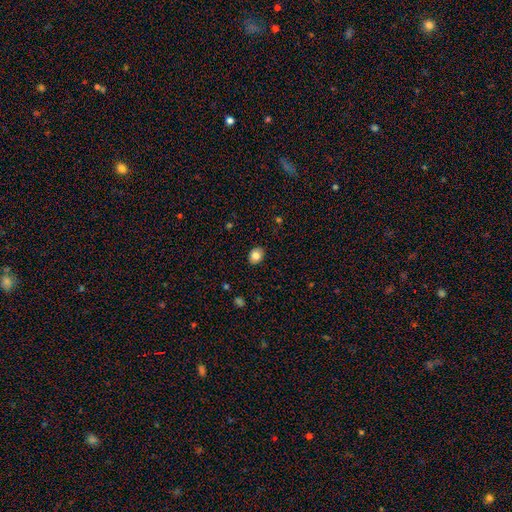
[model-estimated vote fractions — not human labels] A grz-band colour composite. It shows a smooth galaxy with no disk features (83%) that is in between round and cigar-shaped (55%). Merging: none (88%).